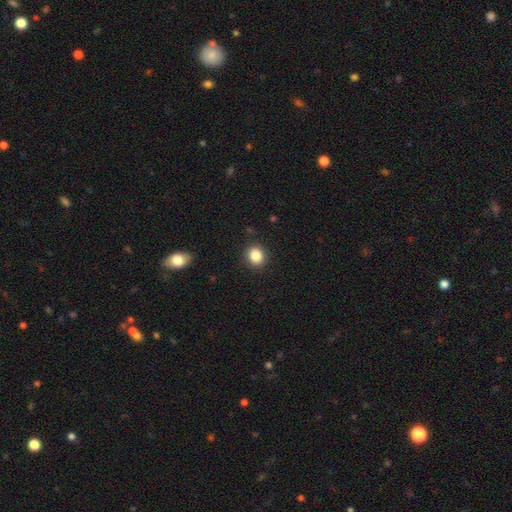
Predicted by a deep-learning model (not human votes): Morphology: type=smooth (86%); roundness=round (78%); merging=none (90%).